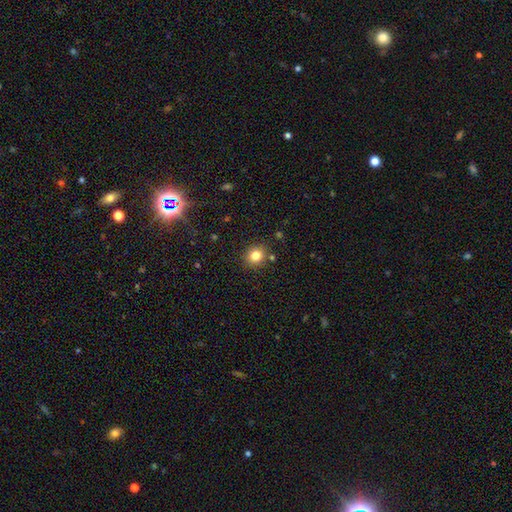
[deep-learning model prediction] Smooth or featured? smooth (81%)
How rounded? round (84%)
Merging? none (86%)